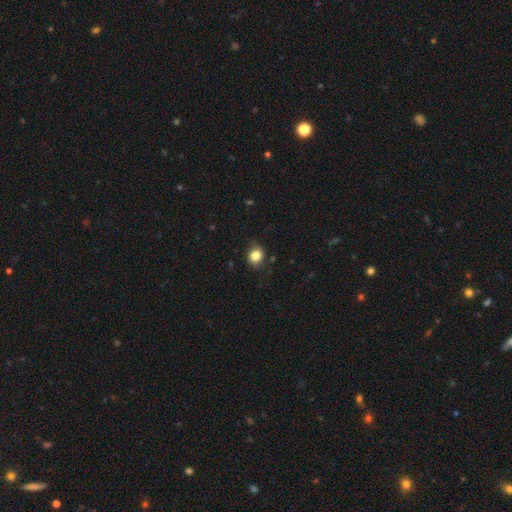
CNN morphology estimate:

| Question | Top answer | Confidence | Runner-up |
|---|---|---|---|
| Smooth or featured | smooth | 82% | star or artifact (11%) |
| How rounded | round | 72% | in between (27%) |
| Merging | none | 77% | minor disturbance (18%) |